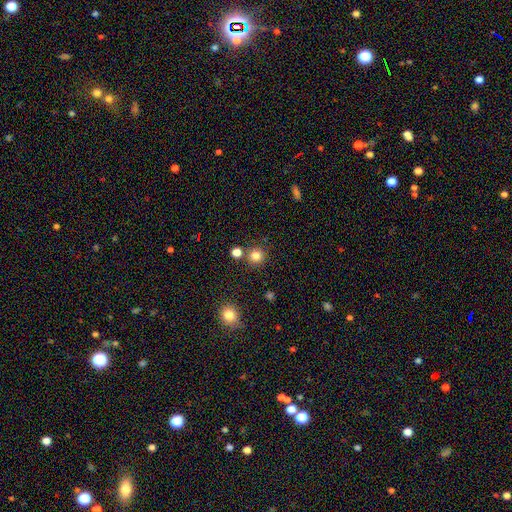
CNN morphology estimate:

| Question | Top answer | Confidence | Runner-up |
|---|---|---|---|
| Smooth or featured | smooth | 82% | star or artifact (13%) |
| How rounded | round | 93% | in between (6%) |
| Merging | none | 81% | merger (9%) |